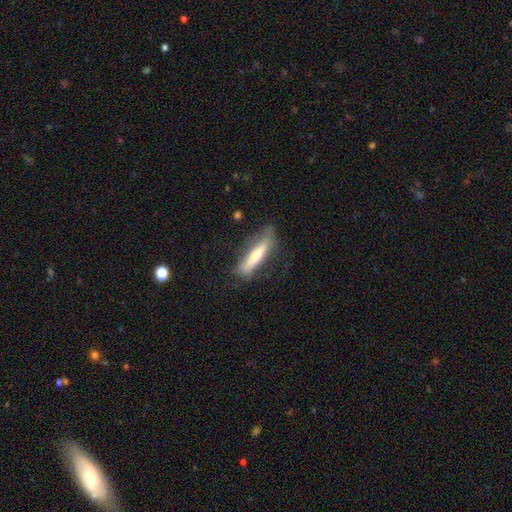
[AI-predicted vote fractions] This appears to be a smooth galaxy with no disk features (62%) that is cigar-shaped (84%). Merging: none (65%).